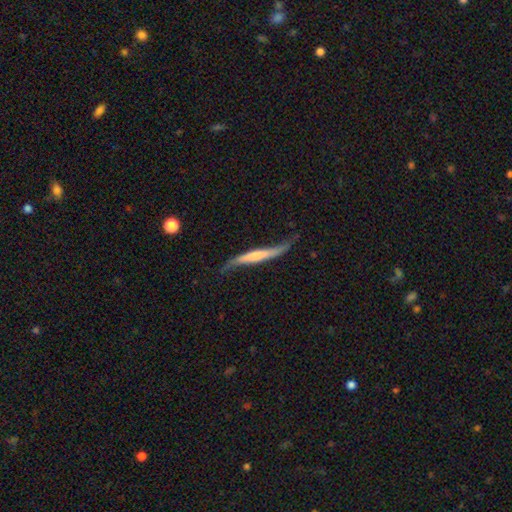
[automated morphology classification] Q: Smooth or featured?
A: featured or disk (72%); runner-up: smooth (23%)
Q: Edge-on disk?
A: yes (65%); runner-up: no (35%)
Q: Merging?
A: none (53%); runner-up: minor disturbance (29%)